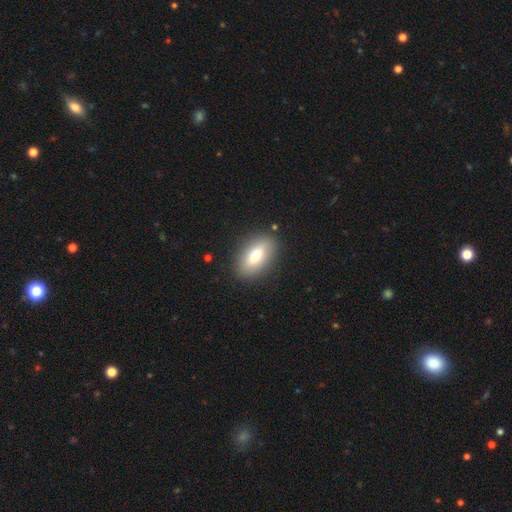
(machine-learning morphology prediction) A smooth galaxy with no disk features (75%) that is in between round and cigar-shaped (88%).

Vote fractions:
- Smooth or featured? smooth: 75% / featured or disk: 17% / star or artifact: 8%
- How rounded? in between: 88% / round: 6% / cigar-shaped: 6%
- Merging? none: 87% / minor disturbance: 9% / major disturbance: 3% / merger: 1%